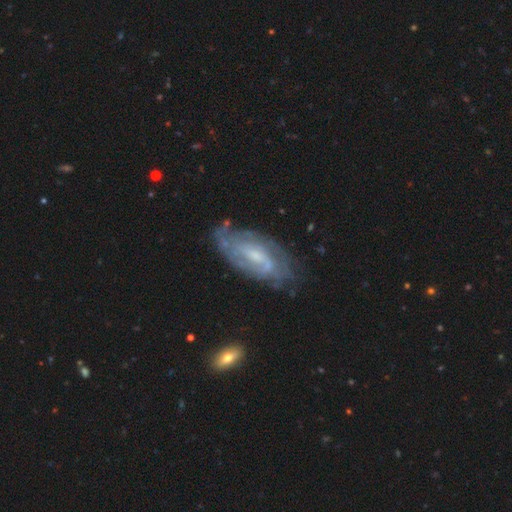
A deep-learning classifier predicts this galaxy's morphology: Smooth or featured? featured or disk (77%)
Edge-on disk? no (91%)
Bar? weak (50%)
Spiral arms? yes (87%)
Spiral winding? tight (55%)
Spiral arm count? can't tell (48%)
Bulge size? small (51%)
Merging? none (69%)